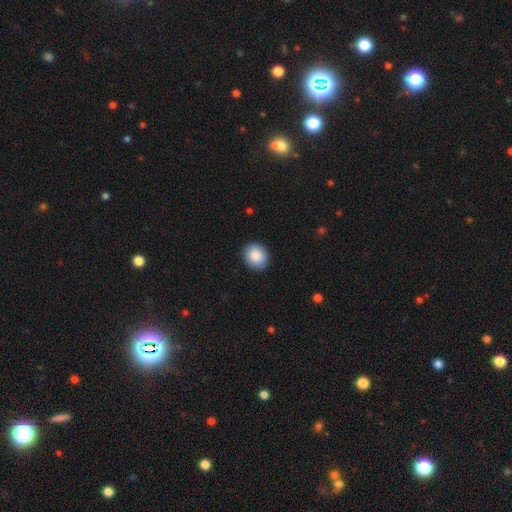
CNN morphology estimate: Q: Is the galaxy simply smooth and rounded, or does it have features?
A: smooth — 88%.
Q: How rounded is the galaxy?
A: round — 69%.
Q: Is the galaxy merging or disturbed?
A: none — 90%.